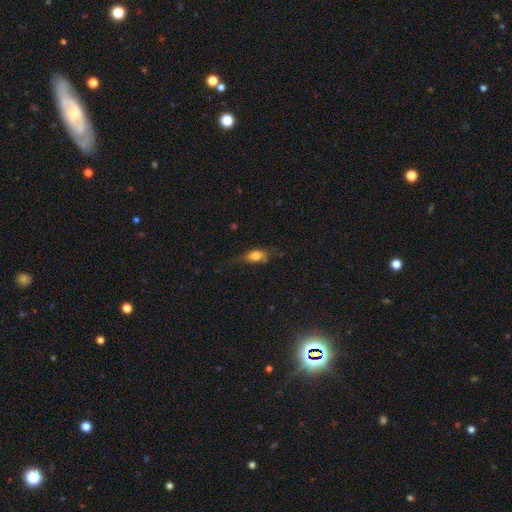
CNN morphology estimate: type=smooth (71%); roundness=in between (76%); merging=none (57%).